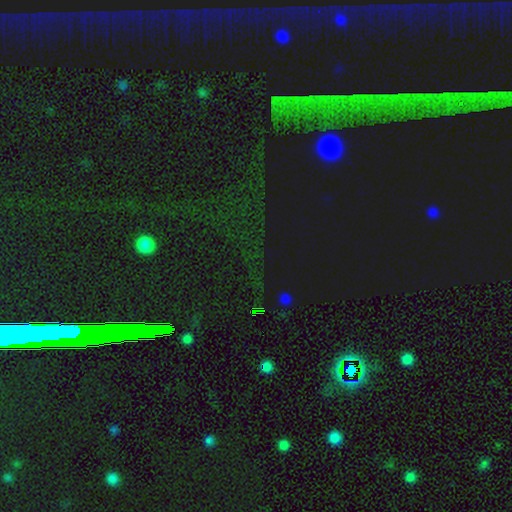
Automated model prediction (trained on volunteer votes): Smooth or featured? Predicted: star or artifact (p=0.80).